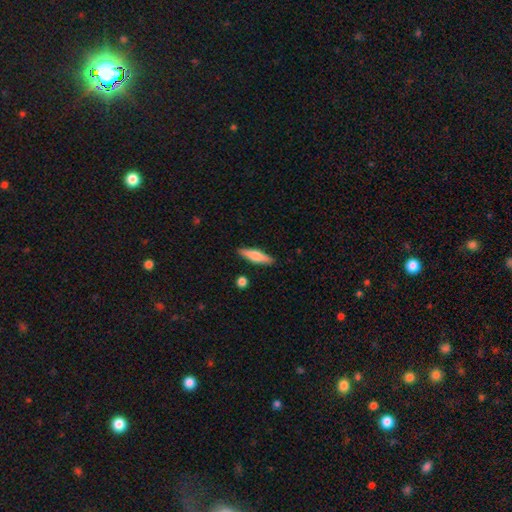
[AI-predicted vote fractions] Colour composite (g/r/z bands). It shows a smooth galaxy with no disk features (62%) that is cigar-shaped (70%). Merging: none (88%).